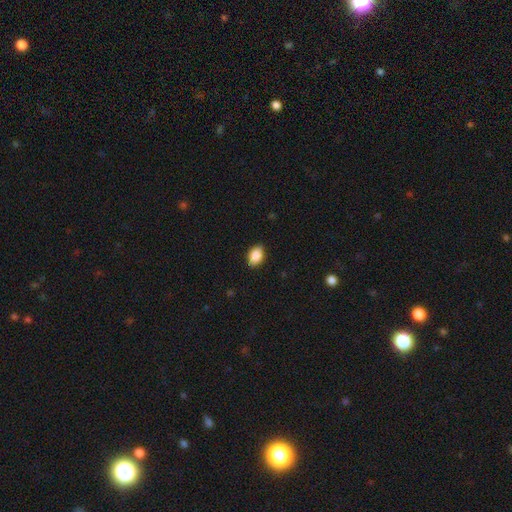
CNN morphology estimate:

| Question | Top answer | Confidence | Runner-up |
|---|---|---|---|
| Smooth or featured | smooth | 89% | star or artifact (7%) |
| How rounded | in between | 86% | round (13%) |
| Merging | none | 88% | minor disturbance (9%) |